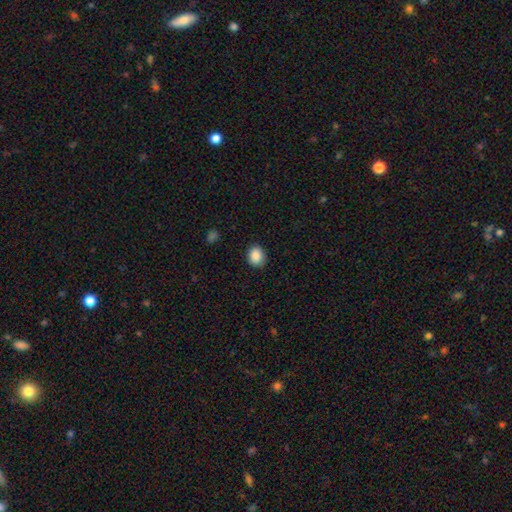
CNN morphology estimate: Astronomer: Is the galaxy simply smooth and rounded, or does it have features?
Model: smooth — 87%.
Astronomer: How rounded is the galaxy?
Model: round — 64%.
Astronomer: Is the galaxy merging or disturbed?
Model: none — 87%.